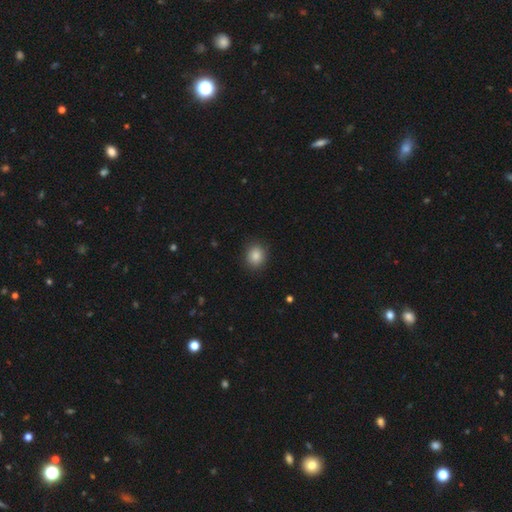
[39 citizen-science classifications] smooth-or-featured: smooth: 90% | featured or disk: 5% | star or artifact: 5%
  how-rounded: round: 83% | in between: 17% | cigar-shaped: 0%
  merging: none: 81% | minor disturbance: 11% | major disturbance: 5% | merger: 3%